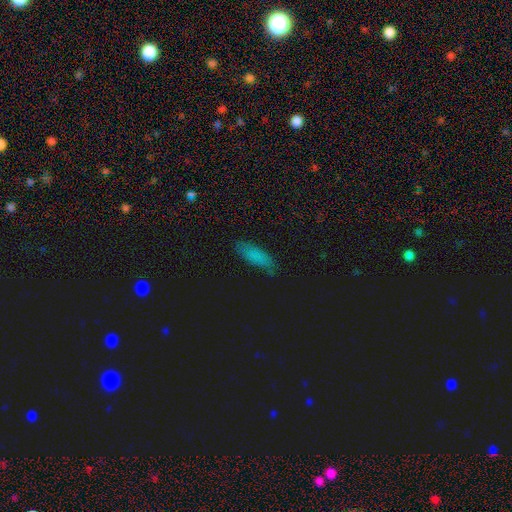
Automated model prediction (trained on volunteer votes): Smooth or featured?
  - smooth: 72% *
  - star or artifact: 17%
  - featured or disk: 10%
How rounded?
  - in between: 68% *
  - cigar-shaped: 29%
  - round: 3%
Merging?
  - none: 75% *
  - minor disturbance: 19%
  - major disturbance: 4%
  - merger: 2%